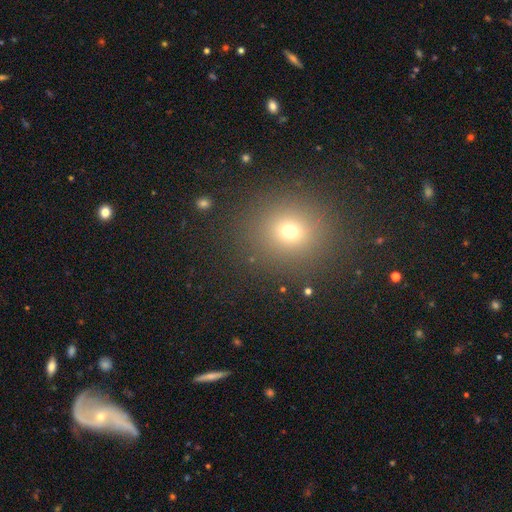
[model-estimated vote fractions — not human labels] smooth_or_featured: smooth (p=0.64) [alt: star or artifact p=0.28]
how_rounded: round (p=0.83) [alt: in between p=0.16]
merging: none (p=0.90) [alt: minor disturbance p=0.06]